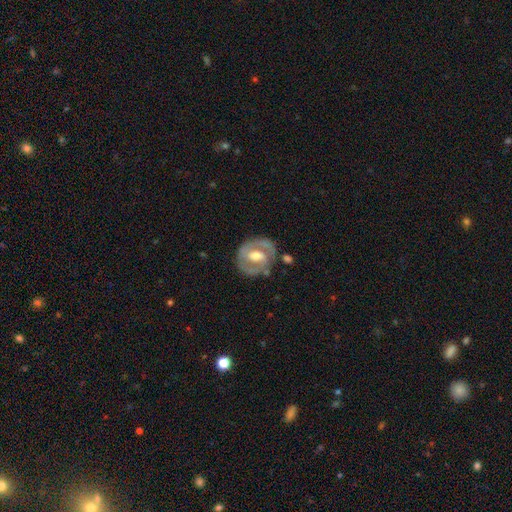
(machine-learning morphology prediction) The model was most divided on "bar": weak: 43%, no: 33%, strong: 24%. More confident: edge-on disk — no (97%); smooth or featured — featured or disk (74%); merging — none (73%); spiral arms — yes (68%); bulge size — moderate (61%).